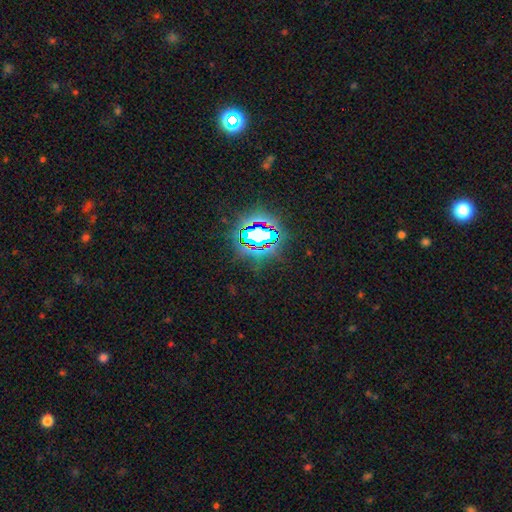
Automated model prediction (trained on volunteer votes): This is clearly a star or artifact rather than a galaxy (82%).